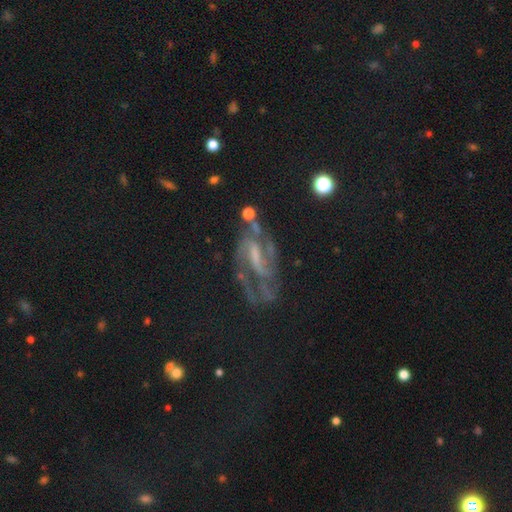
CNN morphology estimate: featured or disk 80%, star or artifact 12%, smooth 9%. Down the decision tree: edge-on disk — no (95%); bar — weak (48%); spiral arms — yes (92%); spiral arm count — 2 (57%); spiral winding — medium (52%); bulge size — small (36%); merging — none (52%).